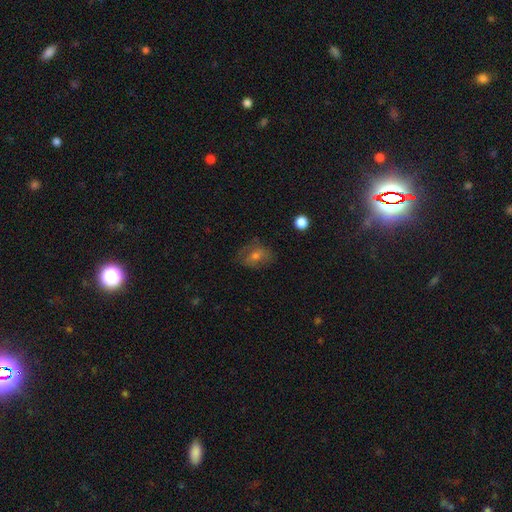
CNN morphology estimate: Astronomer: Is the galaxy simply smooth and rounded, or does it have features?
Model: smooth — 51% (runner-up: featured or disk, 35%).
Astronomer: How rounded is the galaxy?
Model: in between — 61% (runner-up: round, 37%).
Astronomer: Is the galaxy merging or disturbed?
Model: none — 64%.